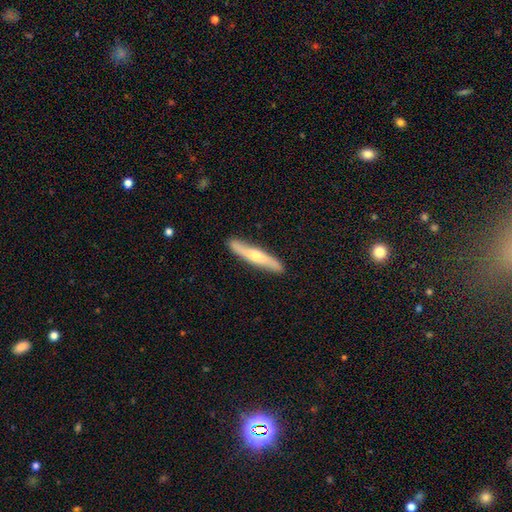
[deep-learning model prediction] Overall: featured or disk (54%; smooth 41%). Edge-on disk: yes (77%). Merging: none (87%).